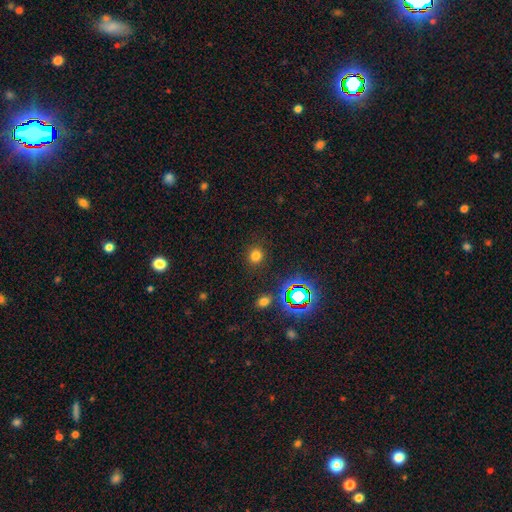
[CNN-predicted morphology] A smooth galaxy with no disk features (73%) that is round (85%). Merging: none (88%).